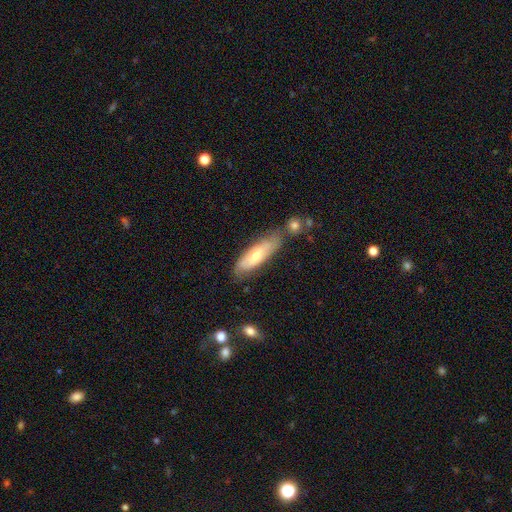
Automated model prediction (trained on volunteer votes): Morphology: type=smooth (55%); roundness=cigar-shaped (52%); merging=none (63%).